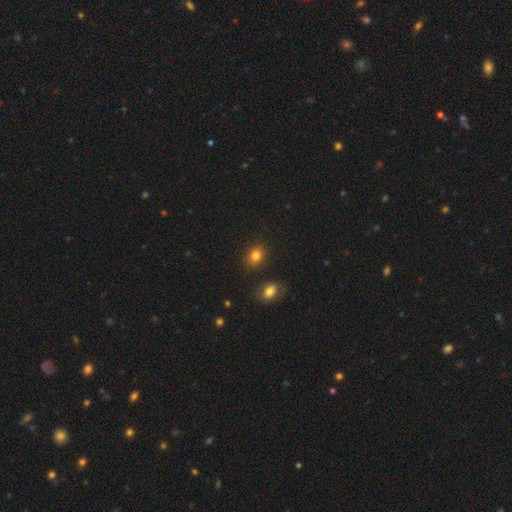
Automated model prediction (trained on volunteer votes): This appears to be a smooth galaxy with no disk features (81%) that is in between round and cigar-shaped (53%). Merging: none (83%).